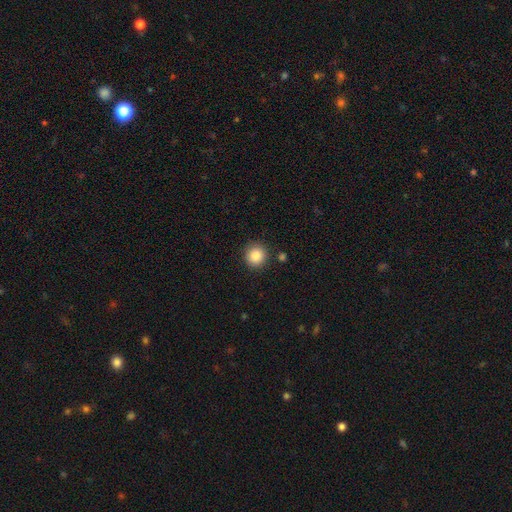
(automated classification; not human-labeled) Overall: smooth (86%). How rounded: round (93%). Merging: none (88%).